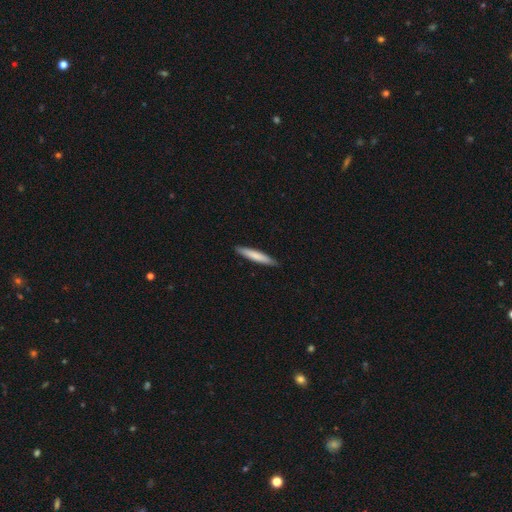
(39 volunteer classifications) This appears to be a smooth galaxy with no disk features (90%) that is cigar-shaped (91%). Merging: none (89%).